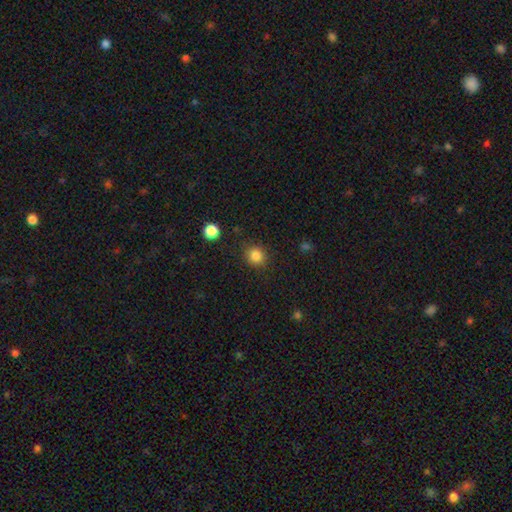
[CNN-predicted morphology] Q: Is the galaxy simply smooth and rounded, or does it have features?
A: smooth — 84%.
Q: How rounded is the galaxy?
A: round — 86%.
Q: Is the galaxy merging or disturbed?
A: none — 87%.